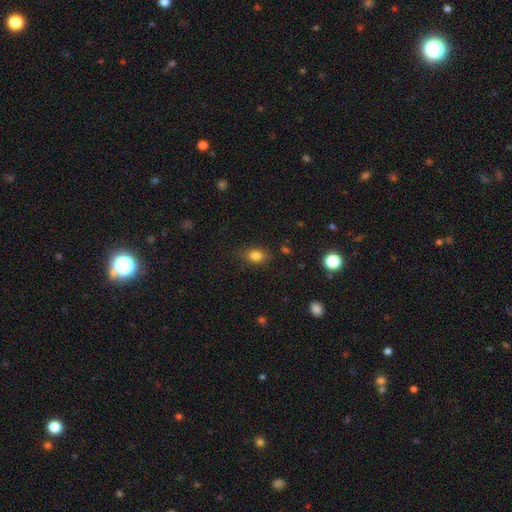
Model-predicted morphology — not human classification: type=smooth (82%); roundness=in between (72%); merging=none (81%).